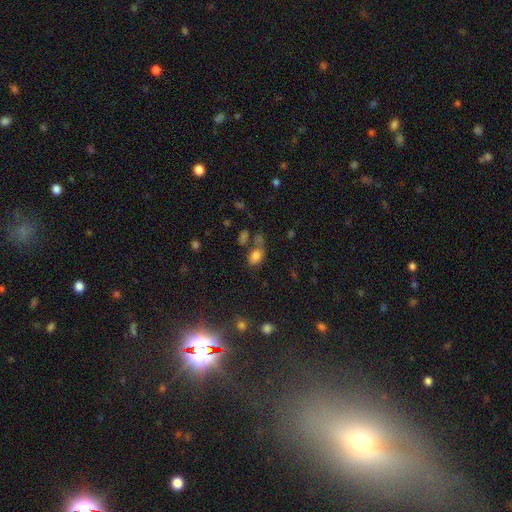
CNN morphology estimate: Smooth or featured? Predicted: smooth (p=0.79). How rounded? Predicted: in between (p=0.76). Merging? Predicted: none (p=0.52).